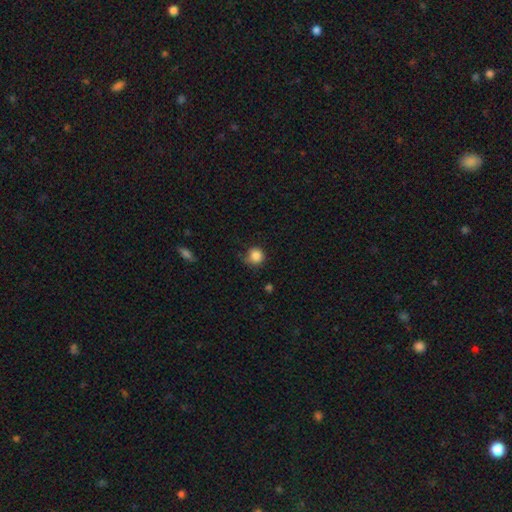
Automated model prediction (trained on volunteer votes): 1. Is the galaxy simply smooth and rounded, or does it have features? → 85% smooth, 10% star or artifact, 5% featured or disk.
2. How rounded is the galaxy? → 91% round, 8% in between, 1% cigar-shaped.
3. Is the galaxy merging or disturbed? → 64% none, 26% minor disturbance, 8% major disturbance, 2% merger.